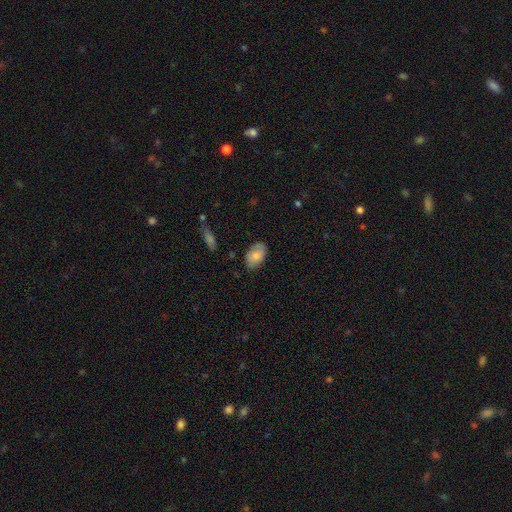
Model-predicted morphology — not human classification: The model was most divided on "smooth or featured": smooth: 75%, featured or disk: 18%, star or artifact: 7%. More confident: how rounded — in between (91%); merging — none (77%).